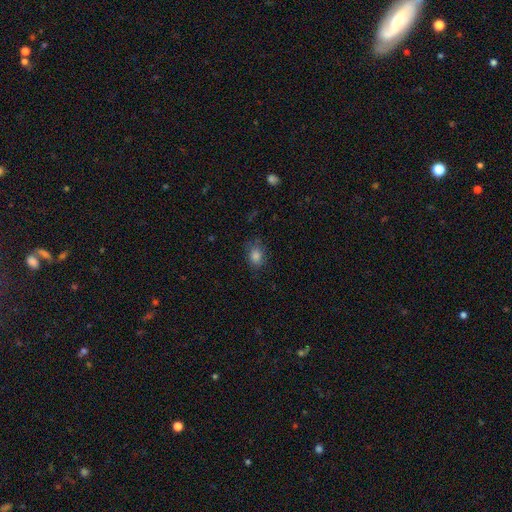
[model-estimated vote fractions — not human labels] The model was most divided on "how rounded": in between: 56%, round: 42%, cigar-shaped: 1%. More confident: smooth or featured — smooth (82%); merging — none (78%).